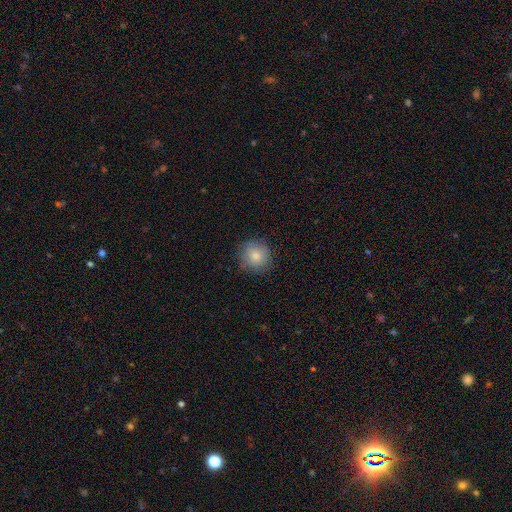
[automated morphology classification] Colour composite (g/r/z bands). It shows a smooth galaxy with no disk features (83%) that is round (91%). Merging: none (84%).